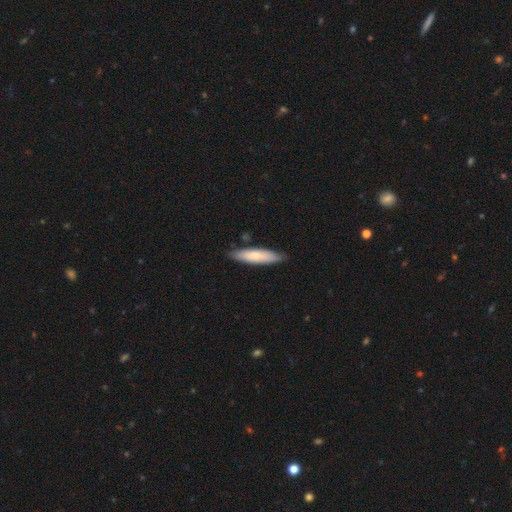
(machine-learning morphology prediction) smooth_or_featured: smooth (p=0.67) [alt: featured or disk p=0.28]
how_rounded: cigar-shaped (p=0.74) [alt: in between p=0.24]
merging: none (p=0.83) [alt: minor disturbance p=0.13]